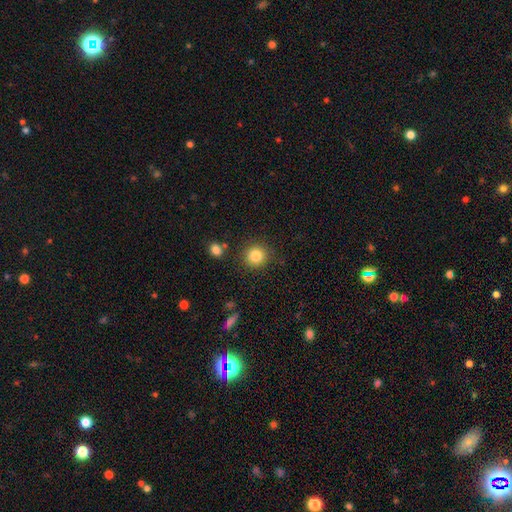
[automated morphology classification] smooth 84%, star or artifact 10%, featured or disk 6%. Down the decision tree: how rounded — round (91%); merging — none (86%).